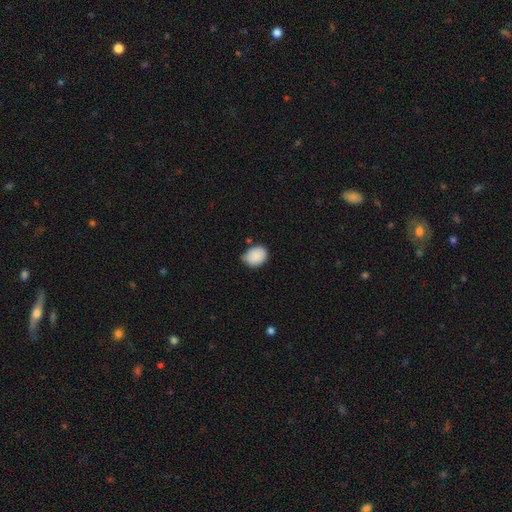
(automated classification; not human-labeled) The model was most divided on "how rounded": in between: 56%, round: 43%, cigar-shaped: 1%. More confident: smooth or featured — smooth (87%); merging — none (62%).